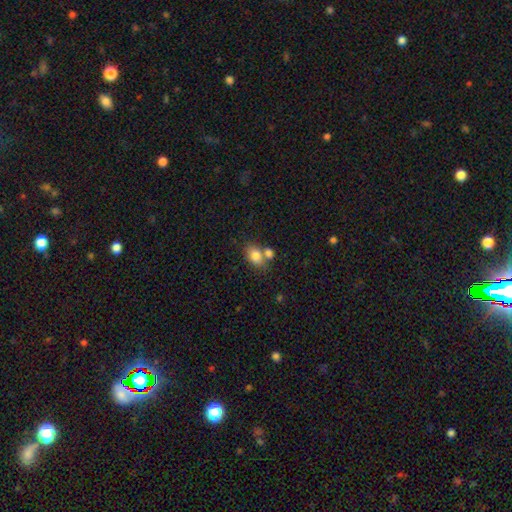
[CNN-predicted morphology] Smooth or featured: smooth — 81% (featured or disk — 10%)
How rounded: in between — 80% (round — 19%)
Merging: none — 49% (merger — 35%)